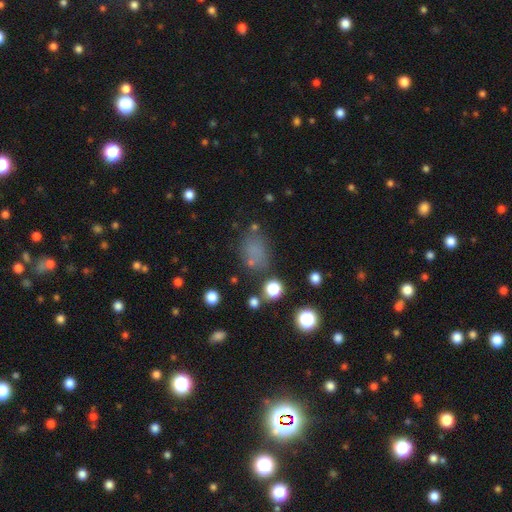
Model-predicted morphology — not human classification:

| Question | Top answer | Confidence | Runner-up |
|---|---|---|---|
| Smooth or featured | smooth | 61% | star or artifact (29%) |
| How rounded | in between | 60% | round (37%) |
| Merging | none | 69% | minor disturbance (17%) |